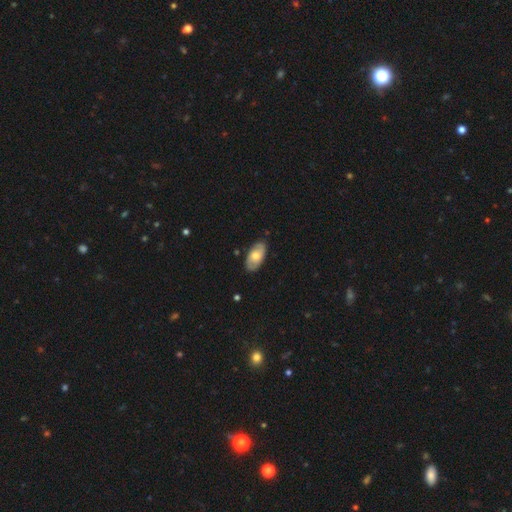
This appears to be a featured or disk galaxy (55%) with no bar (79%), 2 (50%) medium (50%) spiral arms (63%) and a moderate central bulge (74%). Merging: none (89%).